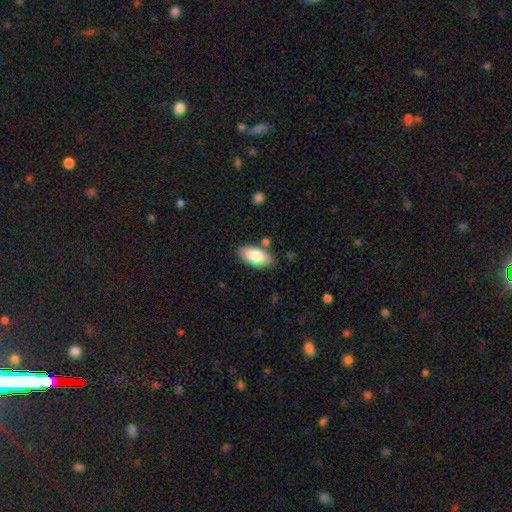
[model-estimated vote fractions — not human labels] Smooth or featured? Predicted: smooth (p=0.81). How rounded? Predicted: in between (p=0.93). Merging? Predicted: none (p=0.82).